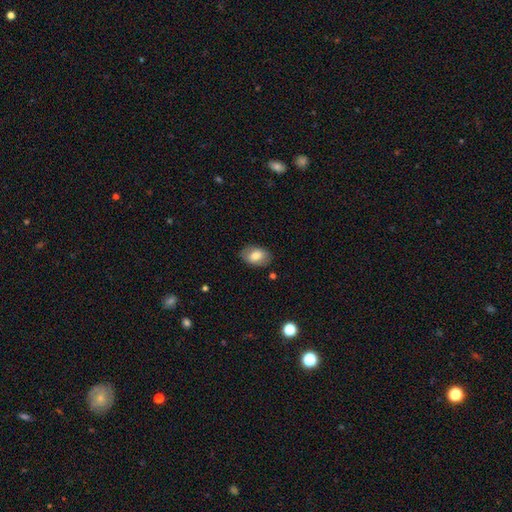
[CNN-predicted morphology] Q: Smooth or featured?
A: smooth (76%); runner-up: featured or disk (17%)
Q: How rounded?
A: in between (88%); runner-up: round (11%)
Q: Merging?
A: none (83%); runner-up: minor disturbance (12%)